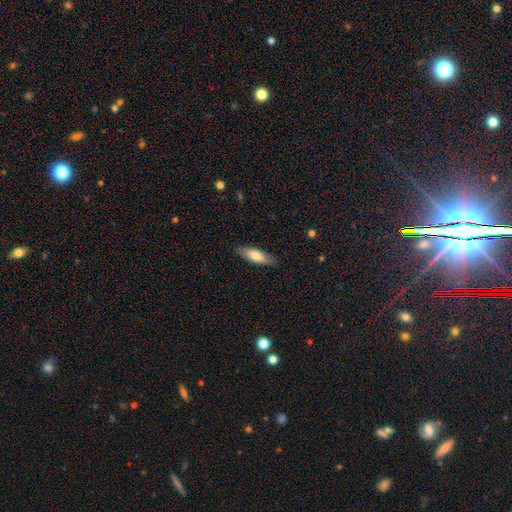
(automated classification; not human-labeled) Smooth or featured: smooth — 73% (featured or disk — 22%)
How rounded: in between — 50% (cigar-shaped — 48%)
Merging: none — 86% (minor disturbance — 11%)